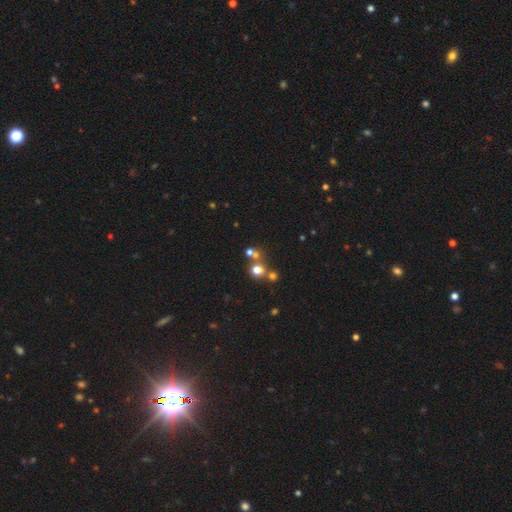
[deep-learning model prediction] The model was most divided on "smooth or featured": smooth: 52%, star or artifact: 35%, featured or disk: 13%. More confident: how rounded — round (87%); merging — none (59%).